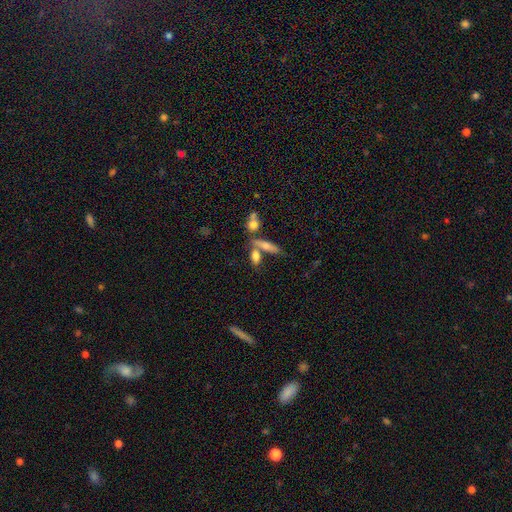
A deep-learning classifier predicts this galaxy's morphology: Smooth or featured: smooth — 73% (featured or disk — 18%)
How rounded: in between — 62% (cigar-shaped — 31%)
Merging: none — 50% (merger — 33%)